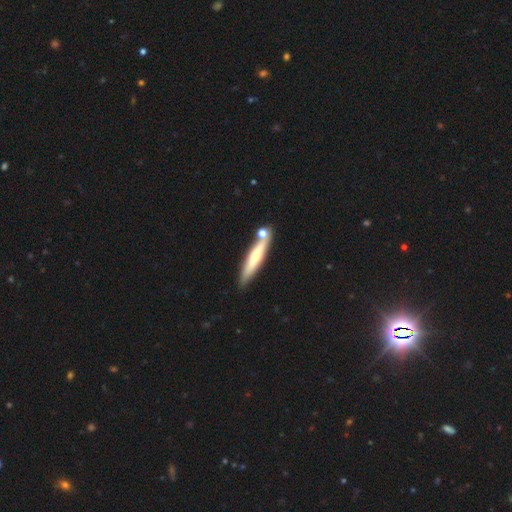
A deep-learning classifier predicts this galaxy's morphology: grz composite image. It shows a smooth galaxy with no disk features (50%). Merging: none (72%).